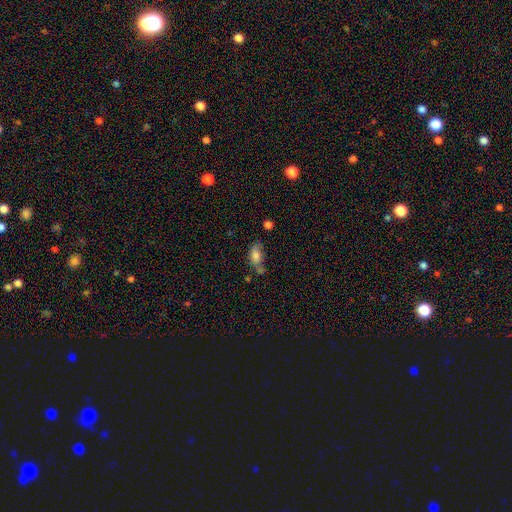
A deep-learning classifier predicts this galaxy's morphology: Q: Smooth or featured?
A: smooth (75%); runner-up: featured or disk (15%)
Q: How rounded?
A: in between (84%); runner-up: cigar-shaped (11%)
Q: Merging?
A: none (38%); runner-up: minor disturbance (26%)